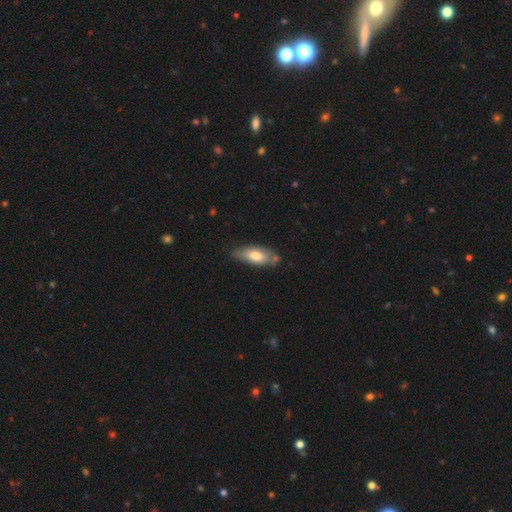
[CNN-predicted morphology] smooth-or-featured: smooth: 72% | featured or disk: 22% | star or artifact: 6%
  how-rounded: in between: 75% | cigar-shaped: 23% | round: 2%
  merging: none: 73% | minor disturbance: 19% | merger: 5% | major disturbance: 3%